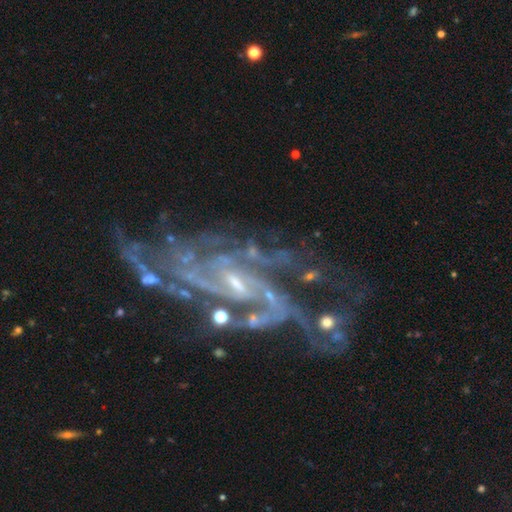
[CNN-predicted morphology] A featured or disk galaxy (90%) with a weak bar (42%), medium (46%) spiral arms (97%) and a small central bulge (74%).

Vote fractions:
- Smooth or featured? featured or disk: 90% / star or artifact: 7% / smooth: 3%
- Edge-on disk? no: 96% / yes: 4%
- Bar? weak: 42% / no: 41% / strong: 16%
- Spiral arms? yes: 97% / no: 3%
- Spiral winding? medium: 46% / tight: 40% / loose: 14%
- Spiral arm count? can't tell: 23% / 4: 19% / 3: 19% / 2: 19% / more than 4: 11% / 1: 9%
- Bulge size? small: 74% / moderate: 16% / none: 8% / large: 1% / dominant: 1%
- Merging? none: 55% / minor disturbance: 19% / major disturbance: 18% / merger: 7%